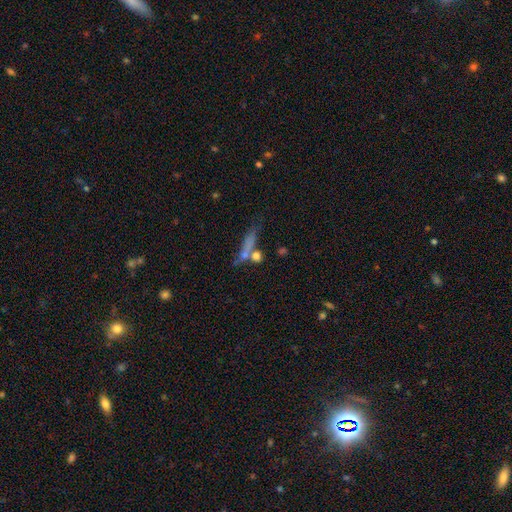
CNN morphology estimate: Overall: smooth (64%). How rounded: cigar-shaped (39%; round 37%). Merging: none (46%; merger 31%).